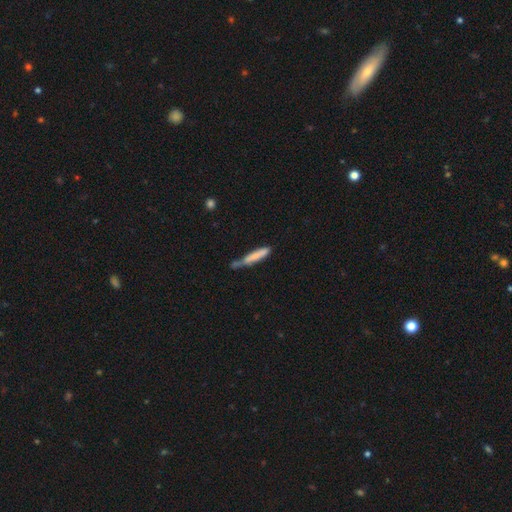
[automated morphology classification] This appears to be a smooth galaxy with no disk features (72%) that is cigar-shaped (90%). Merging: none (44%).